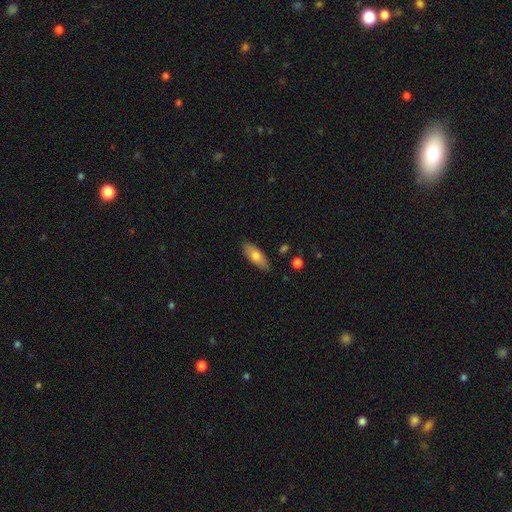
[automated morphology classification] This appears to be a smooth galaxy with no disk features (73%) that is in between round and cigar-shaped (74%). Merging: none (85%).